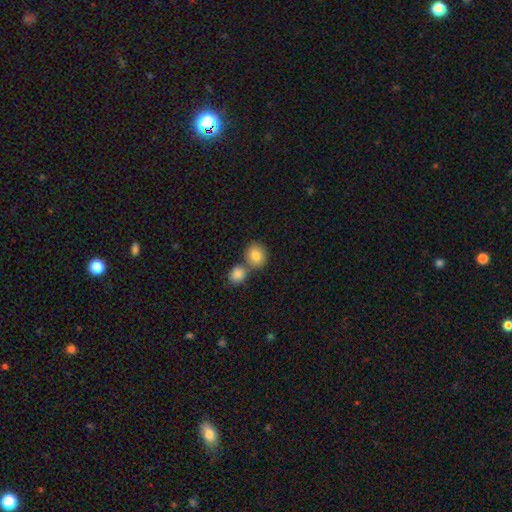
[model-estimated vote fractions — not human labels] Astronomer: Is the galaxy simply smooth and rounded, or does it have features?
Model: smooth — 83%.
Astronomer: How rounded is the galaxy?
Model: round — 75%.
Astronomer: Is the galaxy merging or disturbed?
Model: none — 51% (runner-up: merger, 38%).